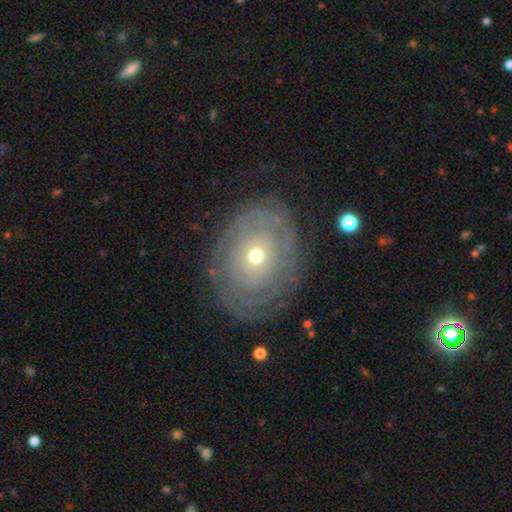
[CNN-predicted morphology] Q: Smooth or featured?
A: featured or disk (74%); runner-up: smooth (19%)
Q: Edge-on disk?
A: no (95%); runner-up: yes (5%)
Q: Bar?
A: no (85%); runner-up: weak (12%)
Q: Spiral arms?
A: yes (76%); runner-up: no (24%)
Q: Spiral winding?
A: tight (84%); runner-up: medium (12%)
Q: Spiral arm count?
A: can't tell (55%); runner-up: 2 (12%)
Q: Bulge size?
A: small (51%); runner-up: moderate (45%)
Q: Merging?
A: none (79%); runner-up: minor disturbance (14%)